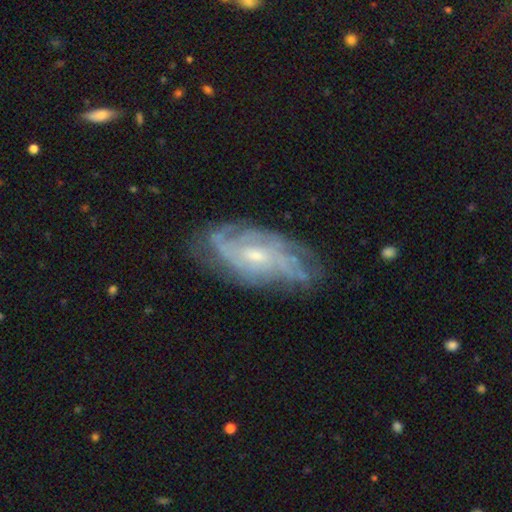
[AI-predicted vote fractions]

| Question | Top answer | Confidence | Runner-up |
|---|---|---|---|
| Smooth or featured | featured or disk | 83% | smooth (10%) |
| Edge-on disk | no | 92% | yes (8%) |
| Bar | no | 58% | weak (35%) |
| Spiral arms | yes | 94% | no (6%) |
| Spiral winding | tight | 58% | medium (33%) |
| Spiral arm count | can't tell | 41% | 4 (18%) |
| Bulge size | small | 52% | moderate (43%) |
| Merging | none | 71% | minor disturbance (20%) |